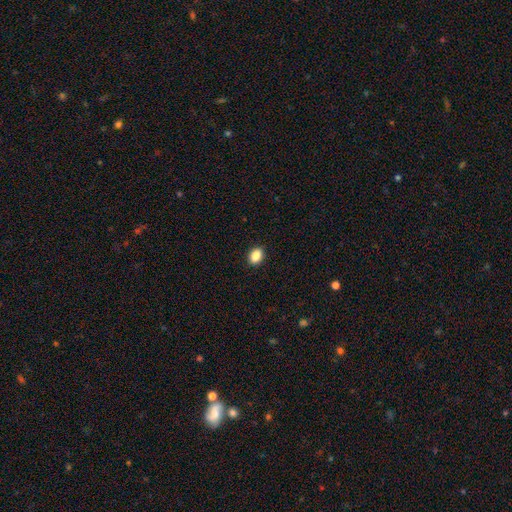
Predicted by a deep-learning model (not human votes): smooth-or-featured: smooth: 87% | star or artifact: 9% | featured or disk: 4%
  how-rounded: in between: 73% | round: 26% | cigar-shaped: 1%
  merging: none: 91% | minor disturbance: 6% | major disturbance: 2% | merger: 1%